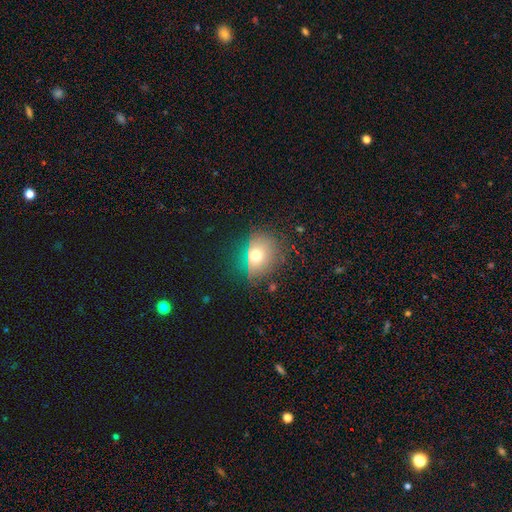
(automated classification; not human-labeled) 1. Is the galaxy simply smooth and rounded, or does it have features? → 67% smooth, 18% star or artifact, 15% featured or disk.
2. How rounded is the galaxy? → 56% round, 43% in between, 2% cigar-shaped.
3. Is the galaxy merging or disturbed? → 73% none, 18% minor disturbance, 7% major disturbance, 2% merger.